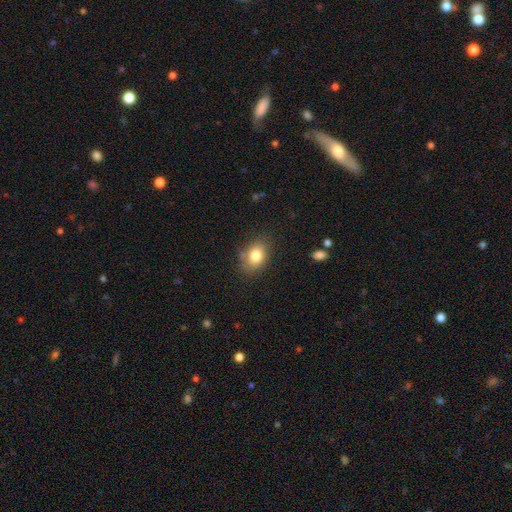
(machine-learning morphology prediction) Smooth or featured: smooth — 81% (featured or disk — 10%)
How rounded: in between — 73% (round — 26%)
Merging: none — 76% (minor disturbance — 17%)